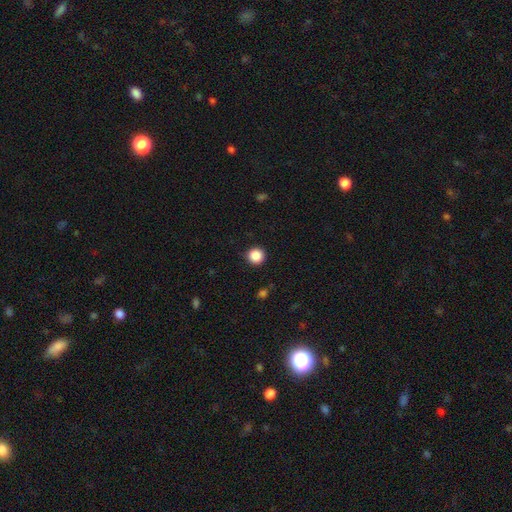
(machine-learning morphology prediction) Smooth or featured: smooth — 87% (star or artifact — 10%)
How rounded: round — 95% (in between — 4%)
Merging: none — 91% (minor disturbance — 6%)